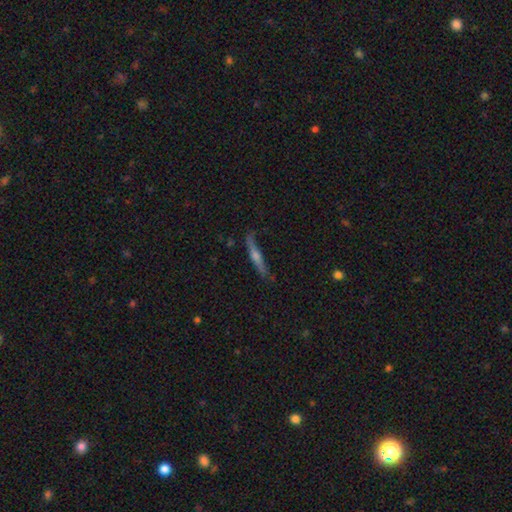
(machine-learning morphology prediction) Smooth or featured? Predicted: featured or disk (p=0.68). Edge-on disk? Predicted: yes (p=0.95). Edge-on bulge? Predicted: rounded (p=0.80). Merging? Predicted: none (p=0.78).